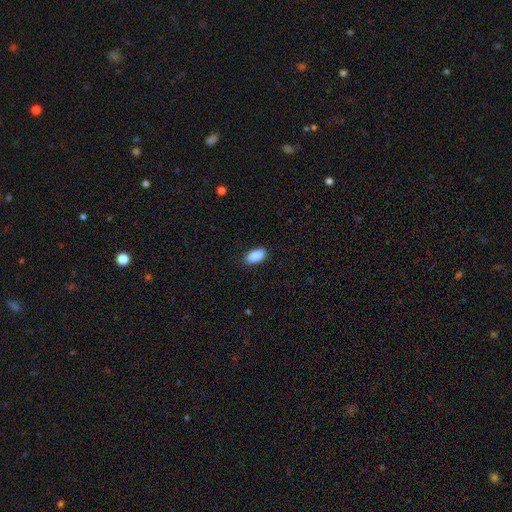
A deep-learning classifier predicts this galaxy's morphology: Smooth or featured?
  - smooth: 91% *
  - star or artifact: 7%
  - featured or disk: 3%
How rounded?
  - in between: 94% *
  - cigar-shaped: 3%
  - round: 3%
Merging?
  - none: 89% *
  - minor disturbance: 9%
  - major disturbance: 2%
  - merger: 1%